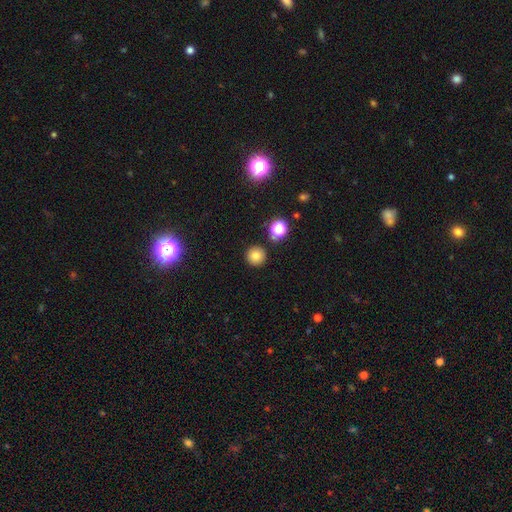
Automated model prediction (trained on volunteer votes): smooth_or_featured: smooth (p=0.78) [alt: star or artifact p=0.15]
how_rounded: round (p=0.95) [alt: in between p=0.04]
merging: none (p=0.89) [alt: minor disturbance p=0.06]